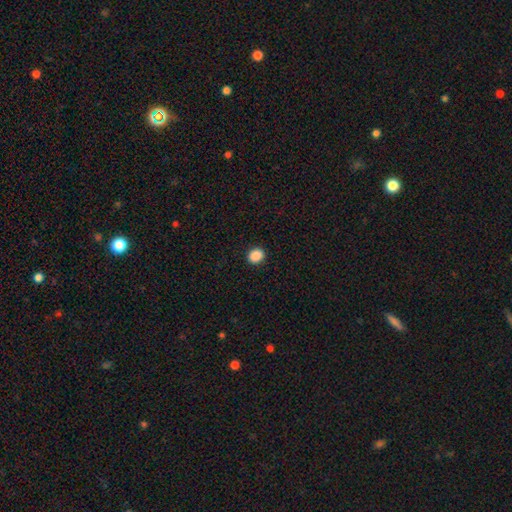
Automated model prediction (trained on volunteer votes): A smooth galaxy with no disk features (89%) that is round (61%).

Vote fractions:
- Smooth or featured? smooth: 89% / star or artifact: 9% / featured or disk: 2%
- How rounded? round: 61% / in between: 38% / cigar-shaped: 1%
- Merging? none: 92% / minor disturbance: 6% / major disturbance: 2% / merger: 1%